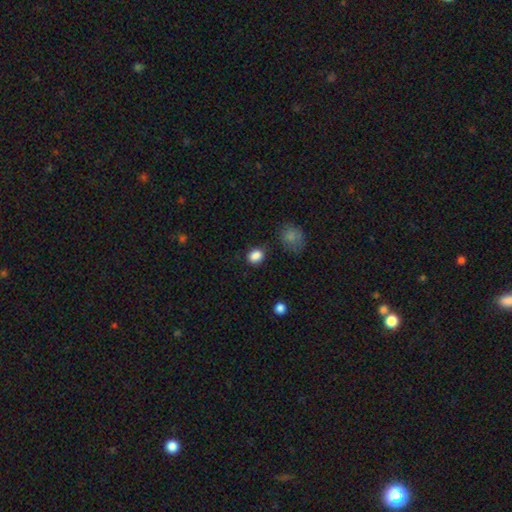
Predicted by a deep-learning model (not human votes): This is clearly a smooth galaxy (86%). How rounded: possibly round (51%). Merging: likely none (80%).